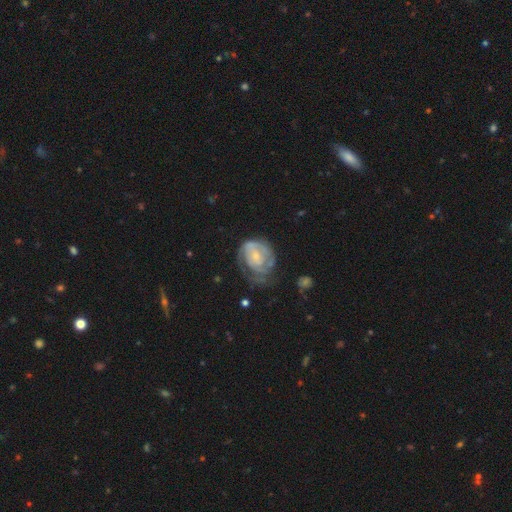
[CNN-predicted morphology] featured or disk 69%, smooth 24%, star or artifact 7%. Down the decision tree: edge-on disk — no (97%); bar — no (66%); spiral arms — yes (77%); spiral arm count — can't tell (46%); spiral winding — tight (61%); bulge size — small (66%); merging — none (41%).